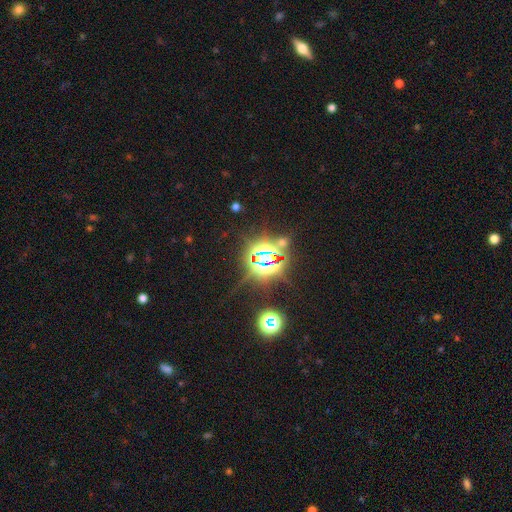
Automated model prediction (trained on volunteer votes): Overall: star or artifact (83%).